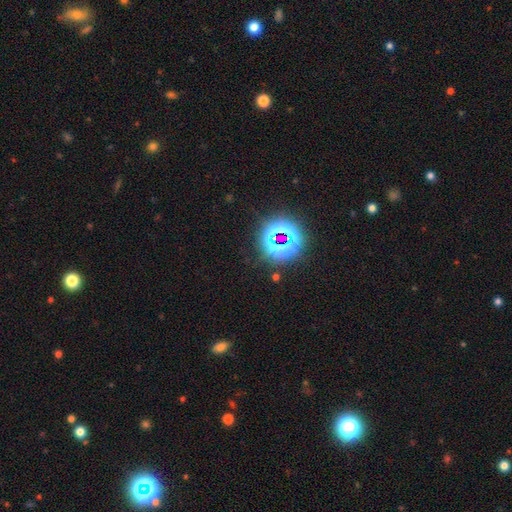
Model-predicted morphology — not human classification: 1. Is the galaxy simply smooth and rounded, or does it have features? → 81% star or artifact, 12% smooth, 7% featured or disk.